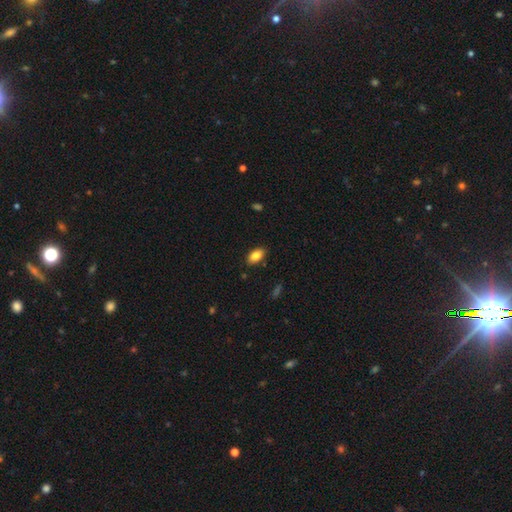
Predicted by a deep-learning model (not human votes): Smooth or featured? smooth (86%)
How rounded? in between (92%)
Merging? none (85%)